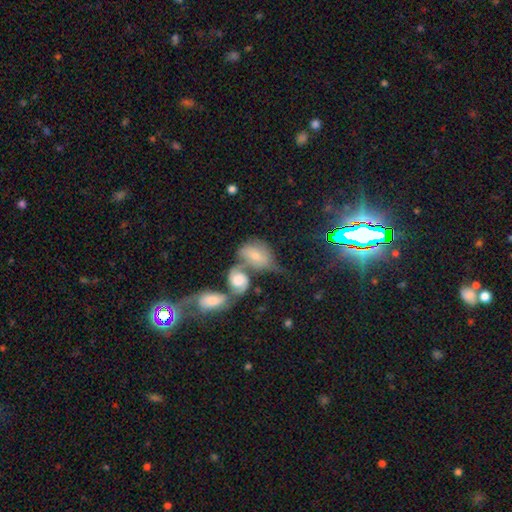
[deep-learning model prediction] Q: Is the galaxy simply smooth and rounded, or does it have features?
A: featured or disk — 47%.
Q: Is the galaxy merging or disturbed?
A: merger — 60%.